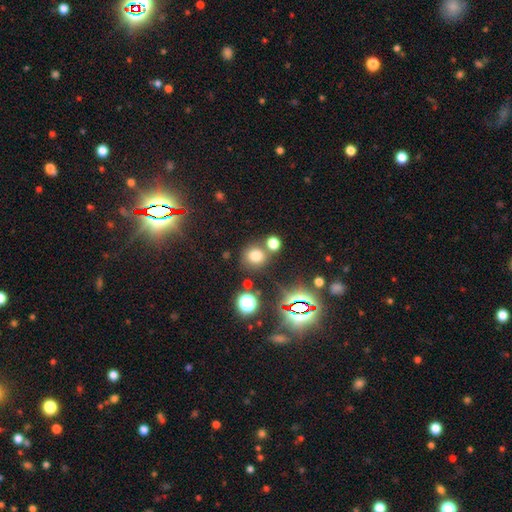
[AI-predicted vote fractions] Smooth or featured? smooth (70%)
How rounded? round (87%)
Merging? none (70%)